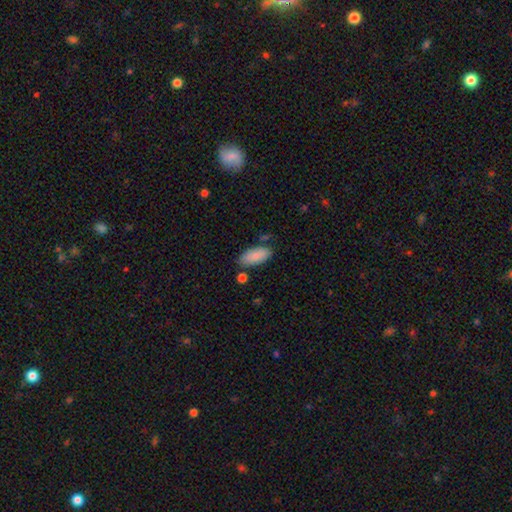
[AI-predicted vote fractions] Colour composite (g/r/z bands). It shows a smooth galaxy with no disk features (88%) that is in between round and cigar-shaped (86%). Merging: none (77%).